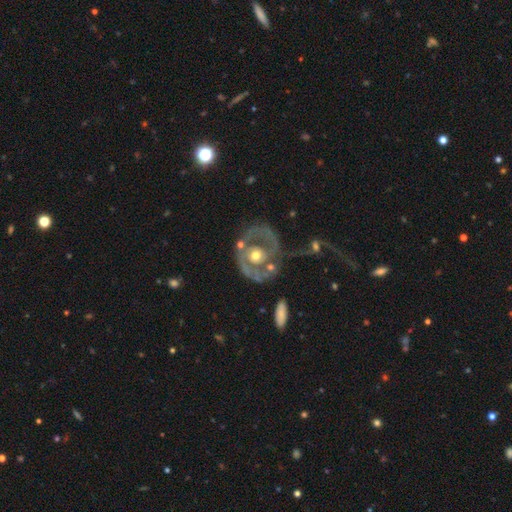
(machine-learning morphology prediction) The model was most divided on "spiral winding": tight: 43%, medium: 37%, loose: 20%. Remaining: edge-on disk — no (97%); smooth or featured — featured or disk (81%); bar — no (78%); bulge size — moderate (72%); spiral arms — yes (70%); spiral arm count — 2 (56%); merging — none (47%).